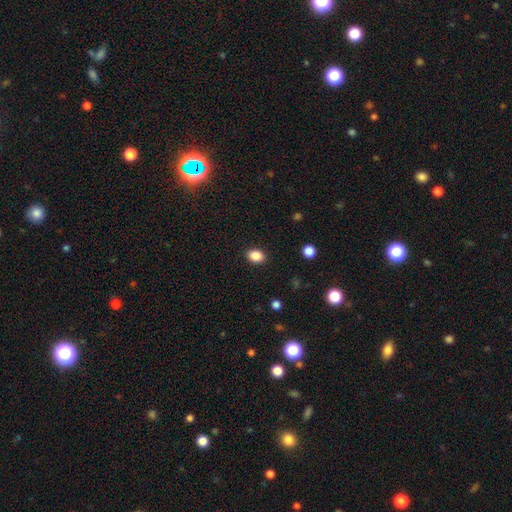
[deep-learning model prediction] A smooth galaxy with no disk features (87%) that is in between round and cigar-shaped (65%). Merging: none (89%).